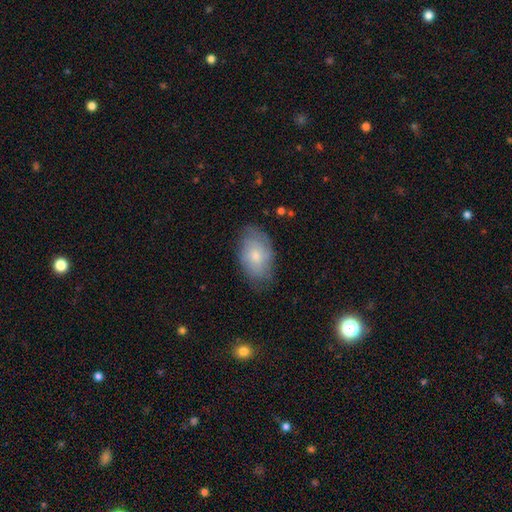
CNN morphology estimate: A smooth galaxy with no disk features (63%) that is in between round and cigar-shaped (91%). Merging: none (72%).